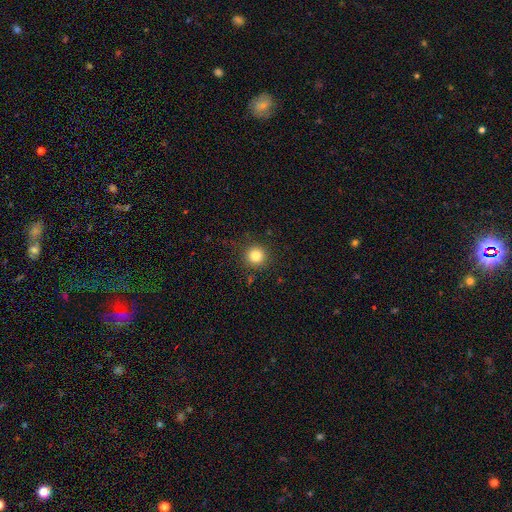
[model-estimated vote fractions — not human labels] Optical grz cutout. It shows a smooth galaxy with no disk features (82%) that is round (94%). Merging: none (90%).